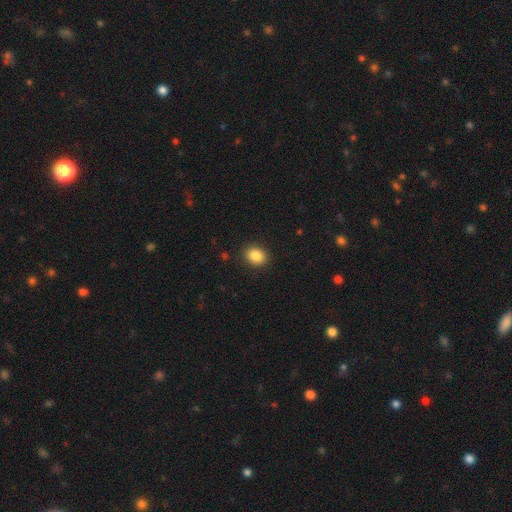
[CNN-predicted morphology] A smooth galaxy with no disk features (86%) that is round (52%). Merging: none (90%).